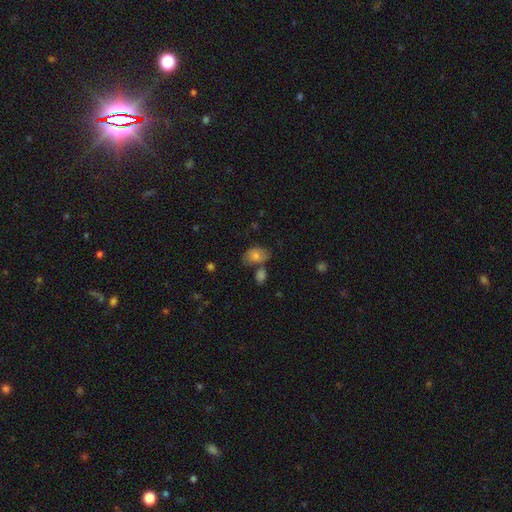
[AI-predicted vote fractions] The model was most divided on "merging": none: 52%, merger: 21%, minor disturbance: 20%, major disturbance: 7%. More confident: how rounded — in between (81%); smooth or featured — smooth (73%).